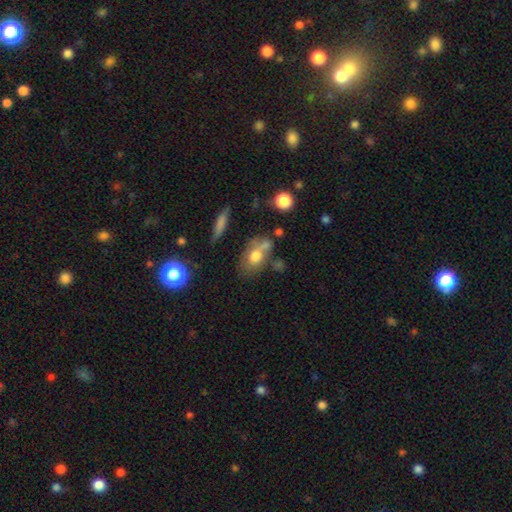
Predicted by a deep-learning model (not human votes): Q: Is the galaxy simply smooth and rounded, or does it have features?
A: smooth — 67%.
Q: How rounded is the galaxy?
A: in between — 72%.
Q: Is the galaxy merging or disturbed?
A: none — 42%.